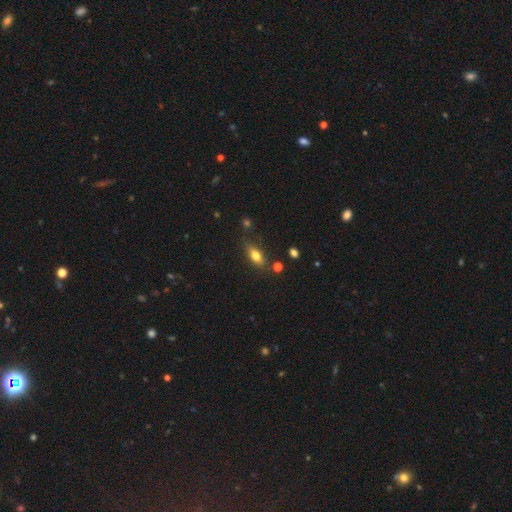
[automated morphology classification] Smooth or featured? Predicted: smooth (p=0.74). How rounded? Predicted: in between (p=0.79). Merging? Predicted: none (p=0.76).